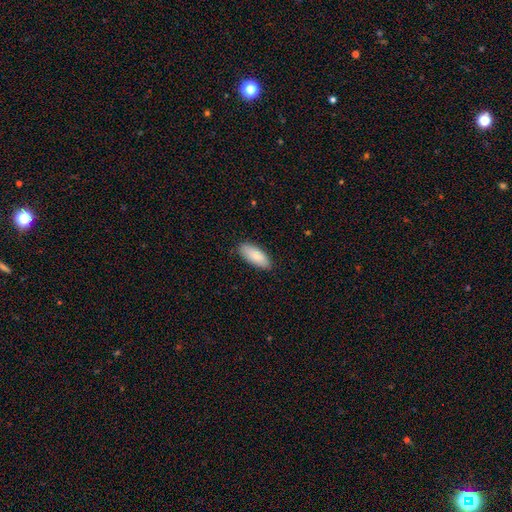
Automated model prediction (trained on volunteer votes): This is clearly a smooth galaxy (84%). How rounded: clearly in between (85%). Merging: clearly none (87%).